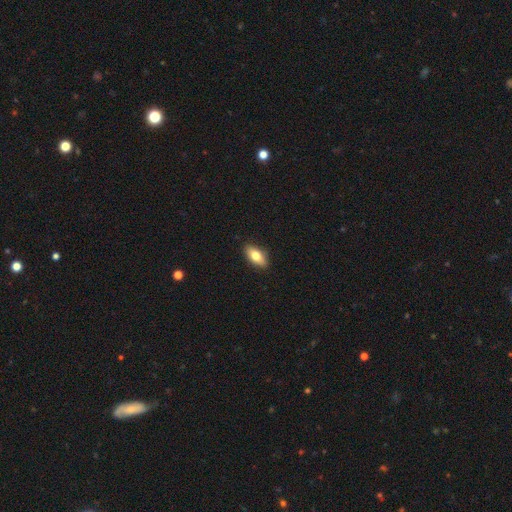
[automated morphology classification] A smooth galaxy with no disk features (73%) that is in between round and cigar-shaped (86%).

Vote fractions:
- Smooth or featured? smooth: 73% / featured or disk: 20% / star or artifact: 7%
- How rounded? in between: 86% / cigar-shaped: 10% / round: 4%
- Merging? none: 89% / minor disturbance: 8% / major disturbance: 2% / merger: 1%